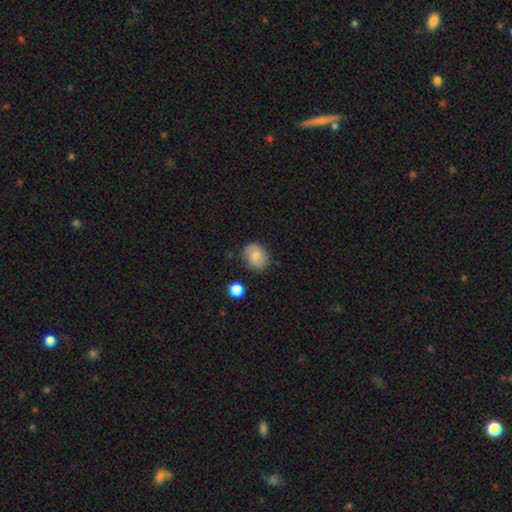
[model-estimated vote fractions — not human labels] A smooth galaxy with no disk features (74%) that is round (52%).

Vote fractions:
- Smooth or featured? smooth: 74% / featured or disk: 17% / star or artifact: 8%
- How rounded? round: 52% / in between: 47% / cigar-shaped: 1%
- Merging? none: 79% / minor disturbance: 15% / major disturbance: 3% / merger: 3%